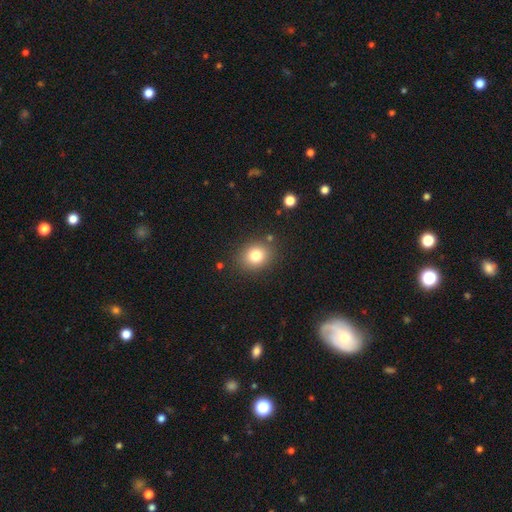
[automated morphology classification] Q: Smooth or featured?
A: smooth (80%); runner-up: star or artifact (12%)
Q: How rounded?
A: round (66%); runner-up: in between (33%)
Q: Merging?
A: none (85%); runner-up: minor disturbance (9%)